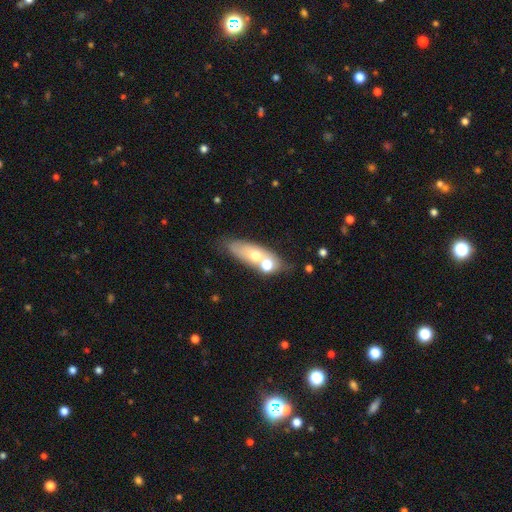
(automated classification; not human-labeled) Smooth or featured?
  - smooth: 54% *
  - featured or disk: 37%
  - star or artifact: 9%
How rounded?
  - in between: 63% *
  - cigar-shaped: 29%
  - round: 8%
Merging?
  - none: 48% *
  - merger: 31%
  - minor disturbance: 15%
  - major disturbance: 6%